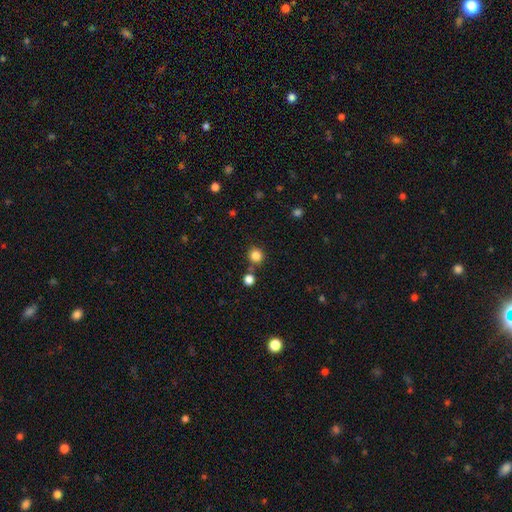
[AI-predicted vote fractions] This appears to be a smooth galaxy with no disk features (83%) that is round (91%). Merging: none (77%).